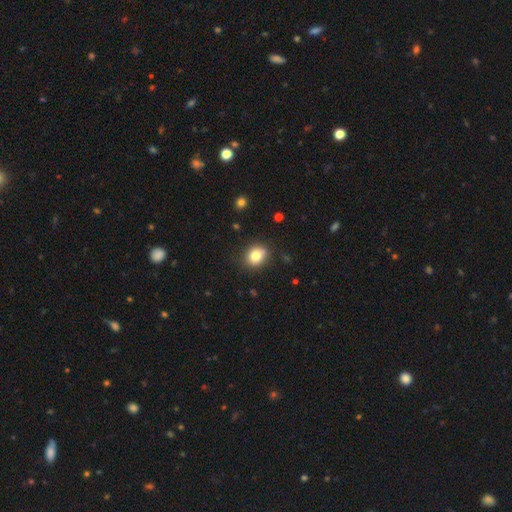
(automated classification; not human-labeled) A smooth galaxy with no disk features (79%) that is round (68%).

Vote fractions:
- Smooth or featured? smooth: 79% / star or artifact: 11% / featured or disk: 10%
- How rounded? round: 68% / in between: 31% / cigar-shaped: 1%
- Merging? none: 78% / minor disturbance: 14% / merger: 4% / major disturbance: 3%